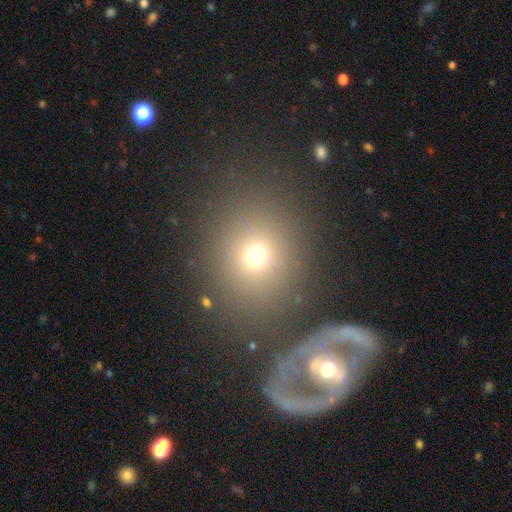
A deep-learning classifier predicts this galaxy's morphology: Q: Smooth or featured?
A: smooth (69%); runner-up: star or artifact (19%)
Q: How rounded?
A: round (73%); runner-up: in between (25%)
Q: Merging?
A: none (75%); runner-up: minor disturbance (10%)